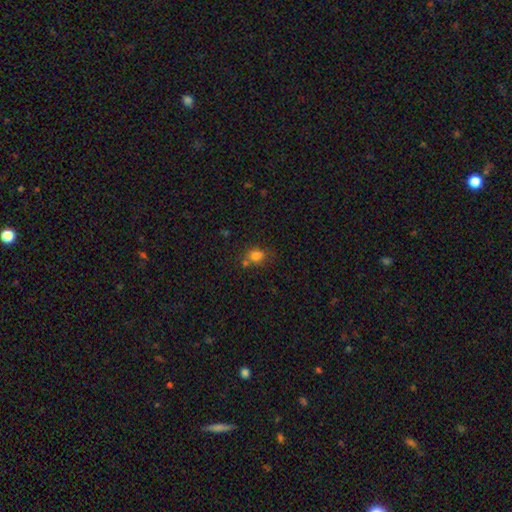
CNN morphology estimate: smooth_or_featured: smooth (p=0.77) [alt: star or artifact p=0.14]
how_rounded: round (p=0.60) [alt: in between p=0.38]
merging: none (p=0.57) [alt: merger p=0.22]